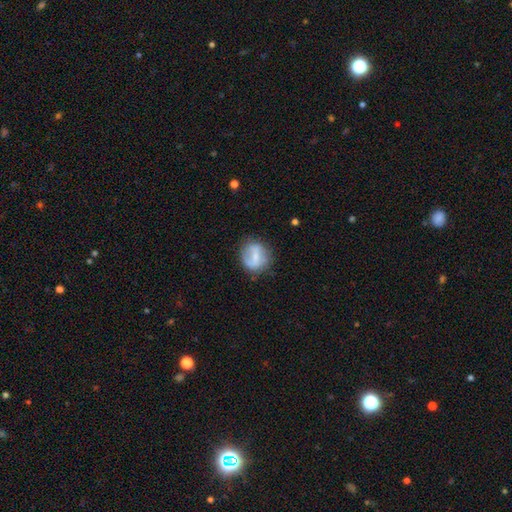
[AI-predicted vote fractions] Smooth or featured? Predicted: smooth (p=0.47). Merging? Predicted: none (p=0.69).